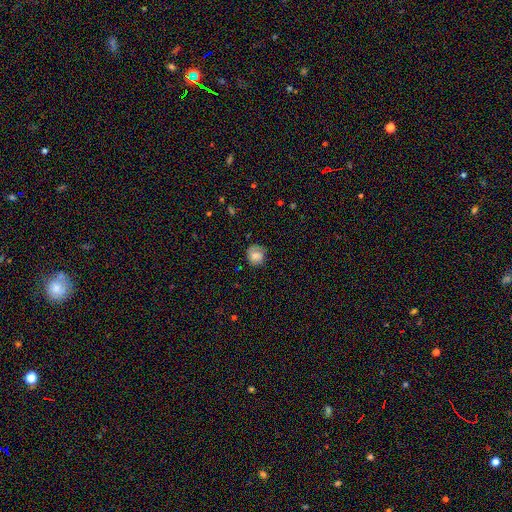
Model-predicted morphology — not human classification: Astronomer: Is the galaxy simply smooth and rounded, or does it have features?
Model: smooth — 72%.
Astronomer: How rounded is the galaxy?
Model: round — 80%.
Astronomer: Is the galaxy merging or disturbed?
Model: none — 67%.